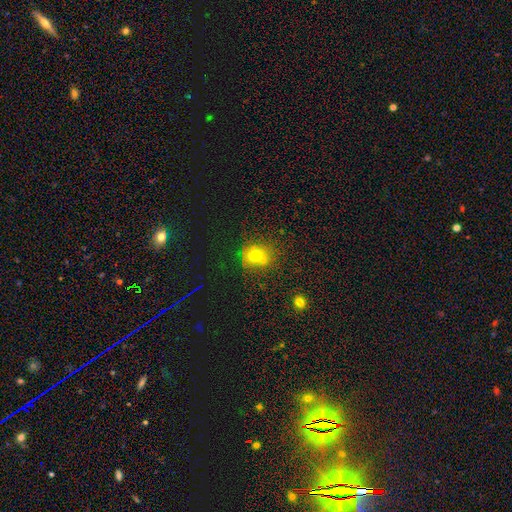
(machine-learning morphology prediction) Smooth or featured?
  - smooth: 66% *
  - star or artifact: 20%
  - featured or disk: 14%
How rounded?
  - round: 74% *
  - in between: 25%
  - cigar-shaped: 1%
Merging?
  - none: 51% *
  - merger: 27%
  - minor disturbance: 15%
  - major disturbance: 6%